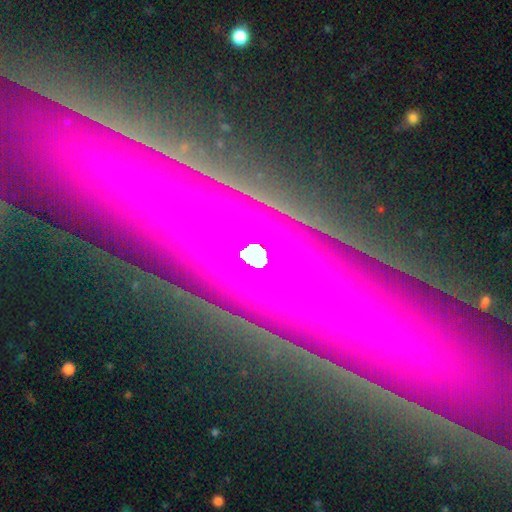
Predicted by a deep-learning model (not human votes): smooth-or-featured: featured or disk: 85% | smooth: 8% | star or artifact: 7%
  disk-edge-on: yes: 85% | no: 15%
    edge-on-bulge: rounded: 73% | none: 24% | boxy: 3%
  merging: none: 82% | minor disturbance: 12% | major disturbance: 4% | merger: 3%